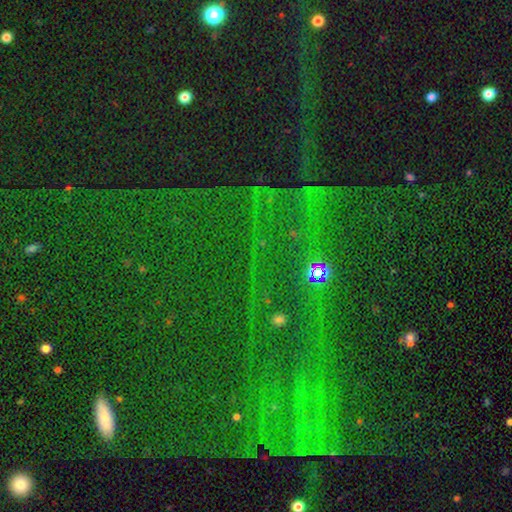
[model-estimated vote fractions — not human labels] A star or artifact, not a galaxy (82%).

Vote fractions:
- Smooth or featured? star or artifact: 82% / smooth: 9% / featured or disk: 8%